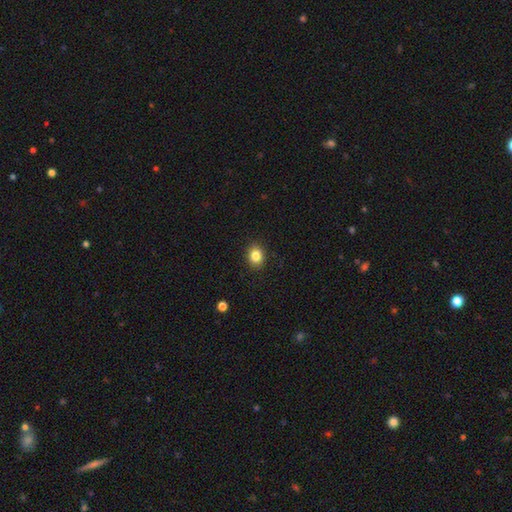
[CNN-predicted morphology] This appears to be a smooth galaxy with no disk features (84%) that is round (53%). Merging: none (90%).